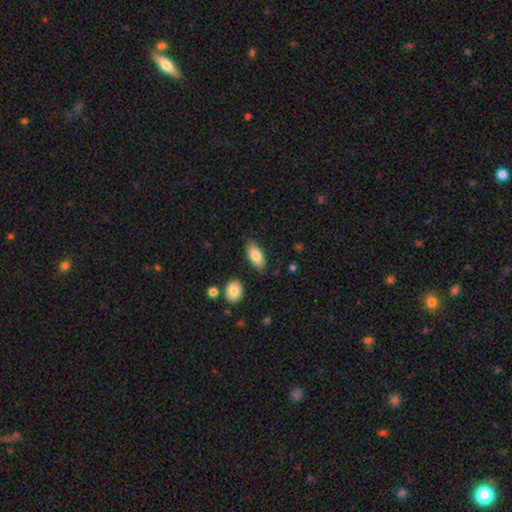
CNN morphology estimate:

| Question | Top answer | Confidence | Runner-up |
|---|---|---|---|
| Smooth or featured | smooth | 81% | featured or disk (12%) |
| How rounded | in between | 88% | cigar-shaped (9%) |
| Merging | none | 83% | minor disturbance (12%) |